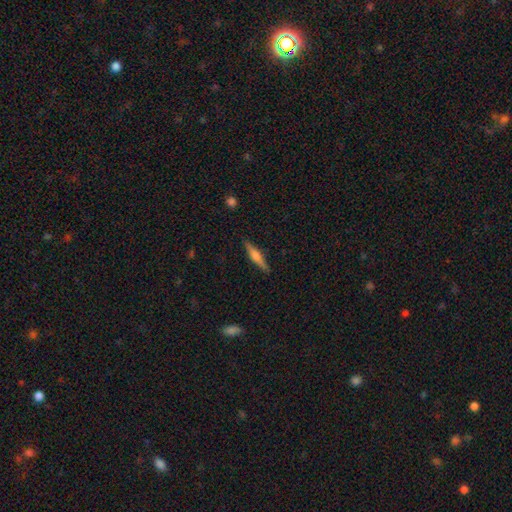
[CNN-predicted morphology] A featured or disk galaxy (56%) viewed edge-on (97%) with a rounded central bulge (76%).

Vote fractions:
- Smooth or featured? featured or disk: 56% / smooth: 37% / star or artifact: 6%
- Edge-on disk? yes: 97% / no: 3%
- Edge-on bulge? rounded: 76% / boxy: 15% / none: 9%
- Merging? none: 90% / minor disturbance: 7% / major disturbance: 2% / merger: 1%